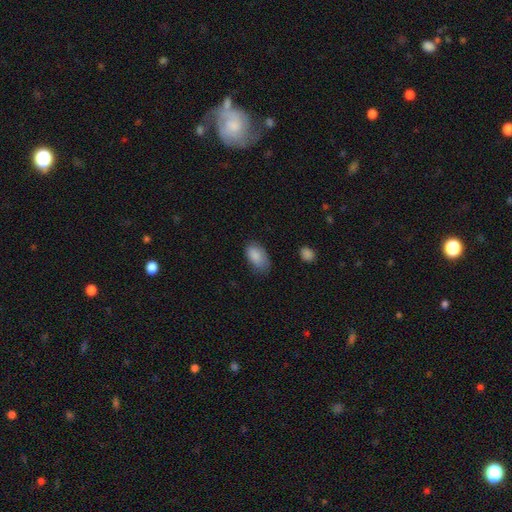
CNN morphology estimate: This appears to be a smooth galaxy with no disk features (87%) that is in between round and cigar-shaped (94%). Merging: none (65%).